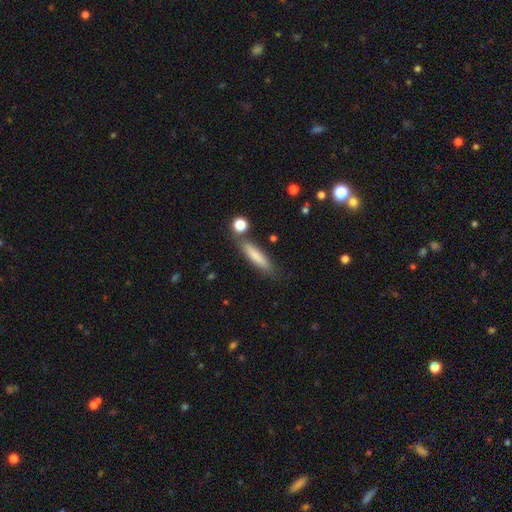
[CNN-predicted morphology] A smooth galaxy with no disk features (77%) that is cigar-shaped (82%). Merging: none (74%).